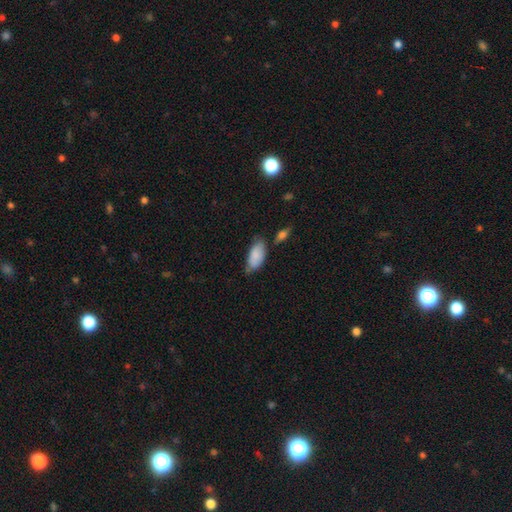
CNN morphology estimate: Overall: smooth (86%). How rounded: in between (92%). Merging: none (54%; minor disturbance 33%).